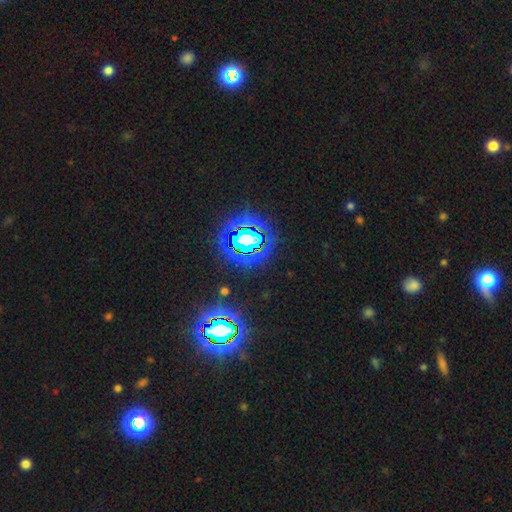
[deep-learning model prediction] Smooth or featured? Predicted: star or artifact (p=0.83).